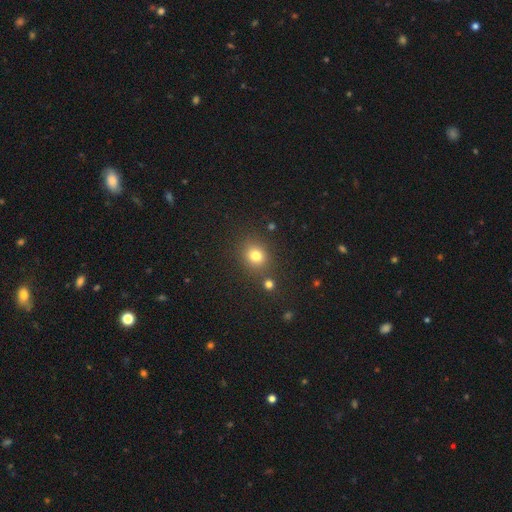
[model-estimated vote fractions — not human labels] A smooth galaxy with no disk features (78%) that is round (74%).

Vote fractions:
- Smooth or featured? smooth: 78% / star or artifact: 15% / featured or disk: 7%
- How rounded? round: 74% / in between: 25% / cigar-shaped: 1%
- Merging? none: 79% / minor disturbance: 10% / merger: 7% / major disturbance: 4%